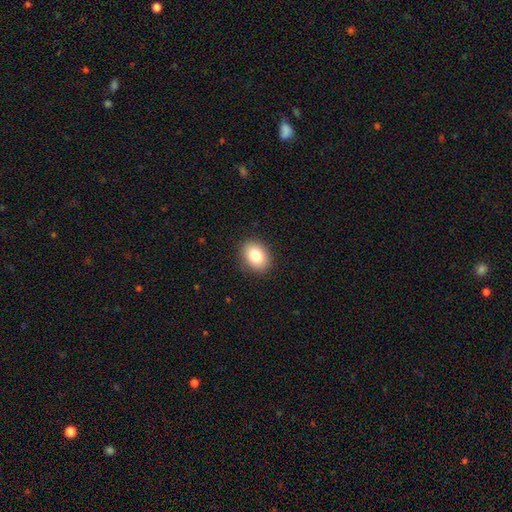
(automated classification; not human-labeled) Smooth or featured?
  - smooth: 83% *
  - star or artifact: 8%
  - featured or disk: 8%
How rounded?
  - in between: 64% *
  - round: 35%
  - cigar-shaped: 1%
Merging?
  - none: 89% *
  - minor disturbance: 8%
  - major disturbance: 2%
  - merger: 1%